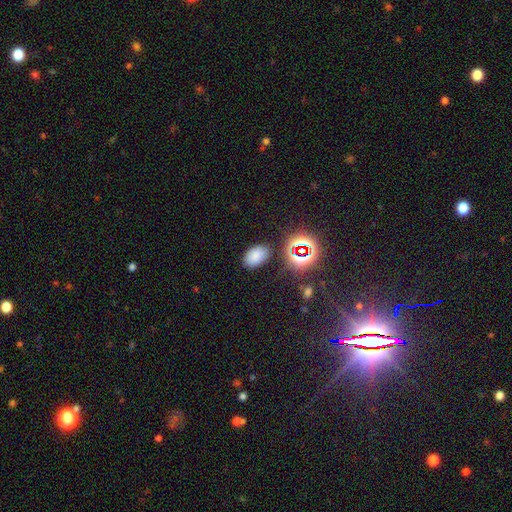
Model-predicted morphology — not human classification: smooth 75%, star or artifact 18%, featured or disk 6%. Down the decision tree: how rounded — in between (89%); merging — none (84%).